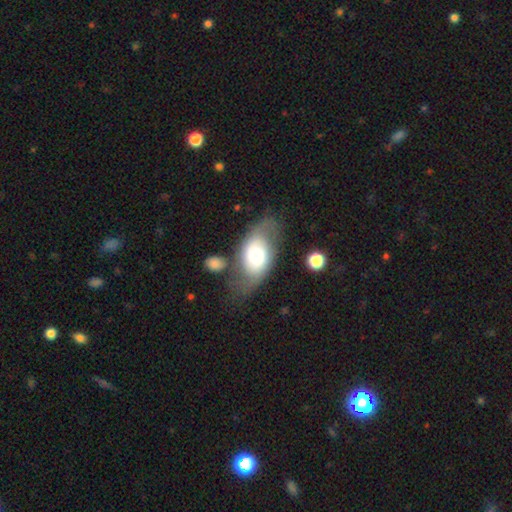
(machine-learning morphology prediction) Smooth or featured? Predicted: smooth (p=0.49). Merging? Predicted: none (p=0.55).